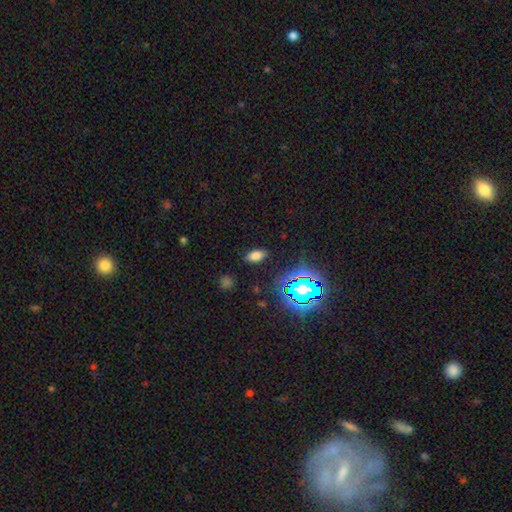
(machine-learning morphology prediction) Overall: smooth (72%). How rounded: in between (89%). Merging: none (87%).